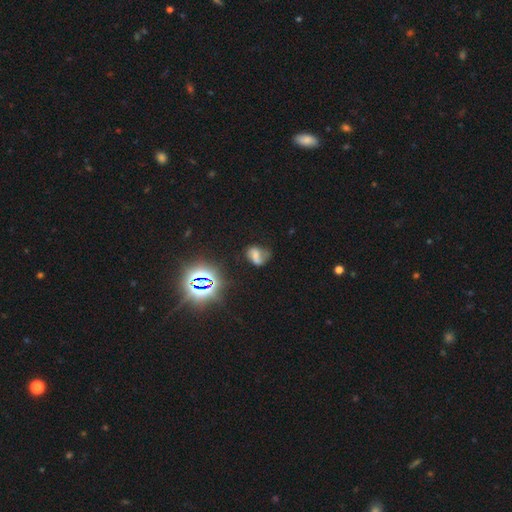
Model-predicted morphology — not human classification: smooth-or-featured: smooth: 48% | featured or disk: 28% | star or artifact: 24%
  merging: none: 38% | minor disturbance: 28% | major disturbance: 22% | merger: 11%